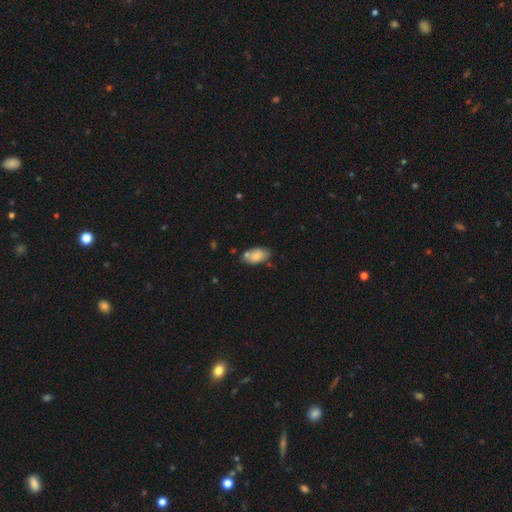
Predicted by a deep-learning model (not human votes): Smooth or featured? smooth (76%)
How rounded? in between (93%)
Merging? none (65%)